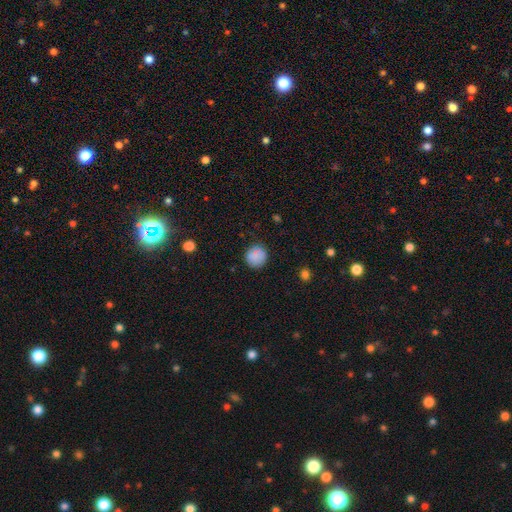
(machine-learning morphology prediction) A smooth galaxy with no disk features (85%) that is round (91%).

Vote fractions:
- Smooth or featured? smooth: 85% / star or artifact: 9% / featured or disk: 6%
- How rounded? round: 91% / in between: 8% / cigar-shaped: 1%
- Merging? none: 86% / minor disturbance: 10% / major disturbance: 3% / merger: 1%